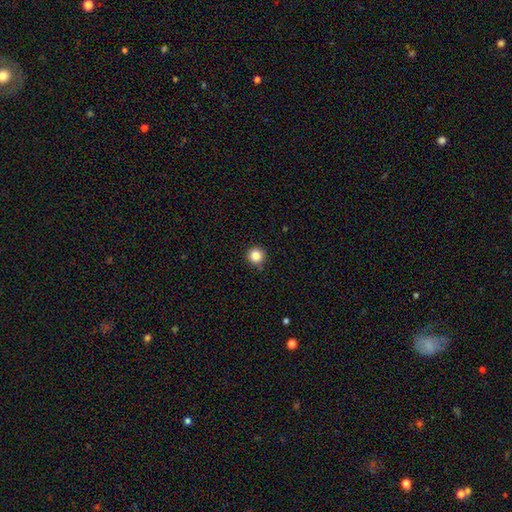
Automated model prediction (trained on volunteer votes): Smooth or featured? smooth (84%)
How rounded? round (96%)
Merging? none (90%)